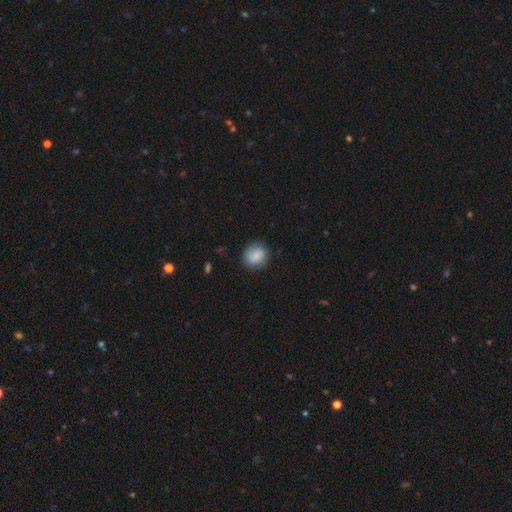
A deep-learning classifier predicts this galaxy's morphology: Smooth or featured? Predicted: smooth (p=0.75). How rounded? Predicted: round (p=0.75). Merging? Predicted: none (p=0.78).